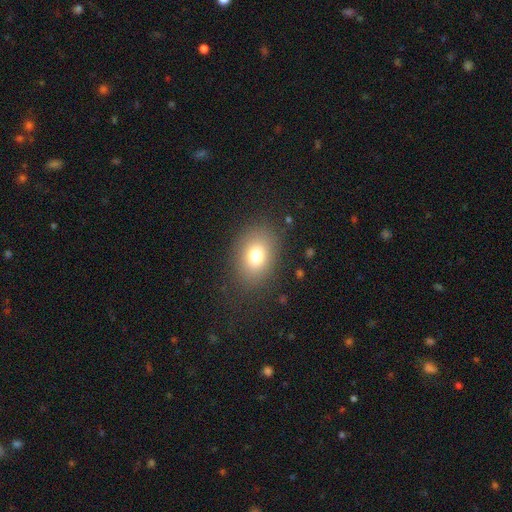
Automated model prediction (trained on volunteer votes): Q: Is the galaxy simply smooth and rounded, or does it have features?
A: smooth — 76%.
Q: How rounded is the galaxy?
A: in between — 65%.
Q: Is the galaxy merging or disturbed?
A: none — 83%.